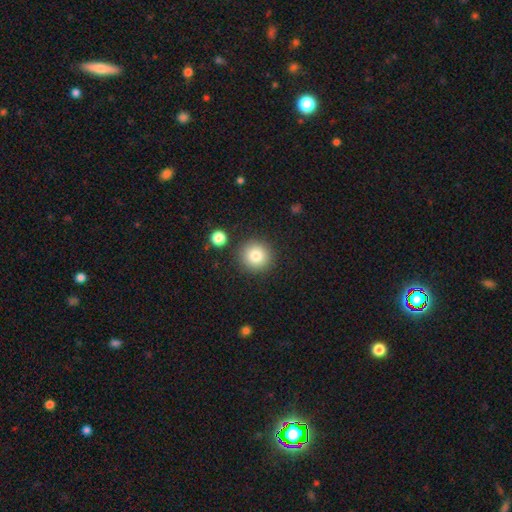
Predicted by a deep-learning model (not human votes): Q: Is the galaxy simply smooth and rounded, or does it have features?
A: smooth — 82%.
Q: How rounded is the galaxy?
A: round — 94%.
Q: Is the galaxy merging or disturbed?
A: none — 88%.